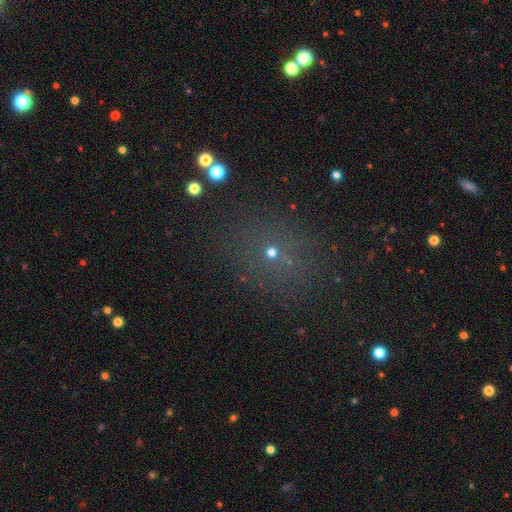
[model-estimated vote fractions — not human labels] Smooth or featured?
  - smooth: 44% *
  - star or artifact: 43%
  - featured or disk: 12%
Merging?
  - none: 78% *
  - minor disturbance: 11%
  - major disturbance: 6%
  - merger: 5%